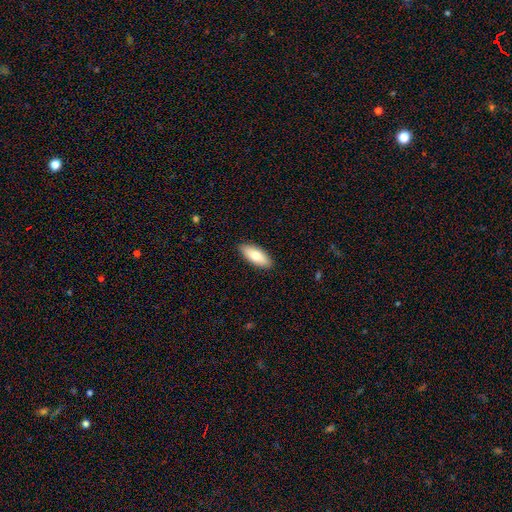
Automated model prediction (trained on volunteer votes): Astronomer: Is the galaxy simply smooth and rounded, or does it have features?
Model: smooth — 78%.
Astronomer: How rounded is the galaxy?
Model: in between — 80%.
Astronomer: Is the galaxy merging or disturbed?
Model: none — 90%.